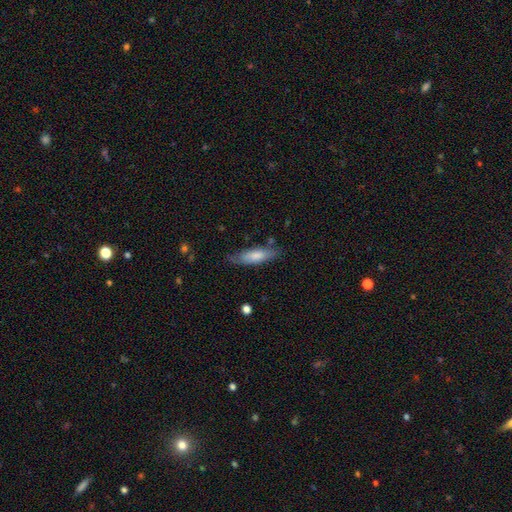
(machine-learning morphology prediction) Q: Smooth or featured?
A: smooth (71%); runner-up: featured or disk (23%)
Q: How rounded?
A: cigar-shaped (57%); runner-up: in between (42%)
Q: Merging?
A: none (70%); runner-up: minor disturbance (22%)